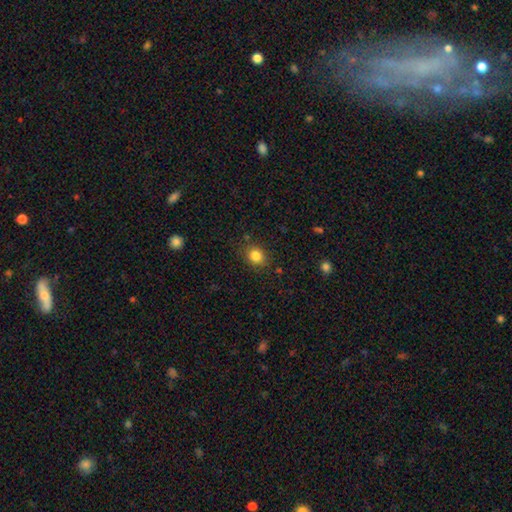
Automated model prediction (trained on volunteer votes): smooth-or-featured: smooth: 84% | star or artifact: 11% | featured or disk: 5%
  how-rounded: round: 61% | in between: 38% | cigar-shaped: 1%
  merging: none: 83% | minor disturbance: 12% | major disturbance: 4% | merger: 2%